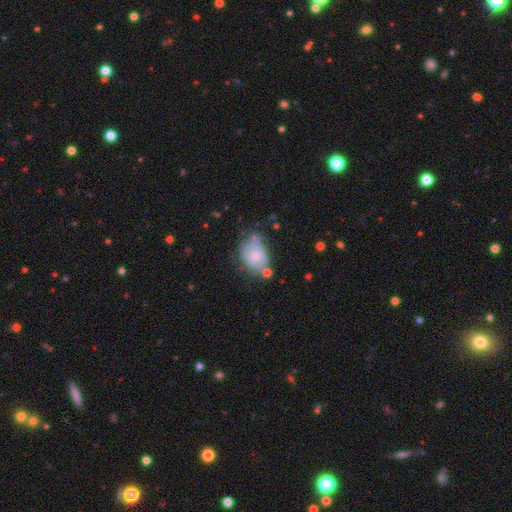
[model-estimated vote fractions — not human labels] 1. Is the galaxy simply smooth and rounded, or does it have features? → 48% smooth, 43% featured or disk, 8% star or artifact.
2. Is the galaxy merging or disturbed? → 39% none, 32% minor disturbance, 18% major disturbance, 11% merger.